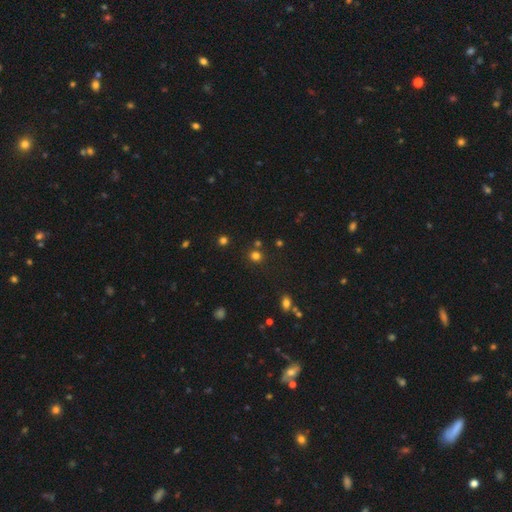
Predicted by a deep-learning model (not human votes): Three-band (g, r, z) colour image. It shows a smooth galaxy with no disk features (74%) that is round (84%). Merging: none (77%).